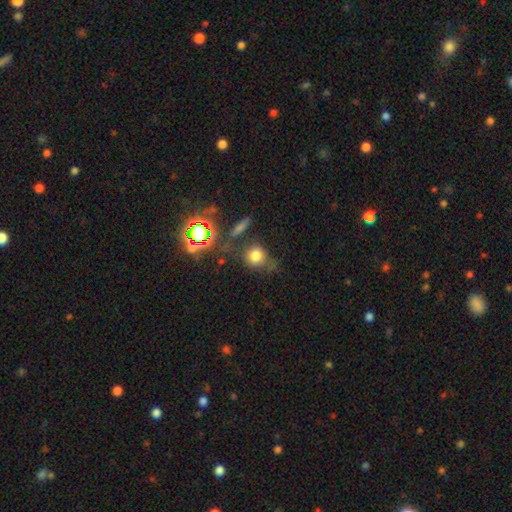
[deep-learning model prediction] smooth 71%, star or artifact 18%, featured or disk 11%. Down the decision tree: how rounded — round (78%); merging — none (58%).